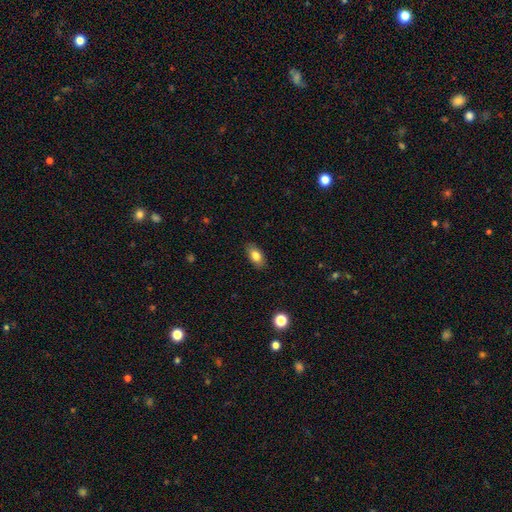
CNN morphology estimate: Q: Smooth or featured?
A: smooth (81%); runner-up: featured or disk (11%)
Q: How rounded?
A: in between (89%); runner-up: round (7%)
Q: Merging?
A: none (87%); runner-up: minor disturbance (10%)